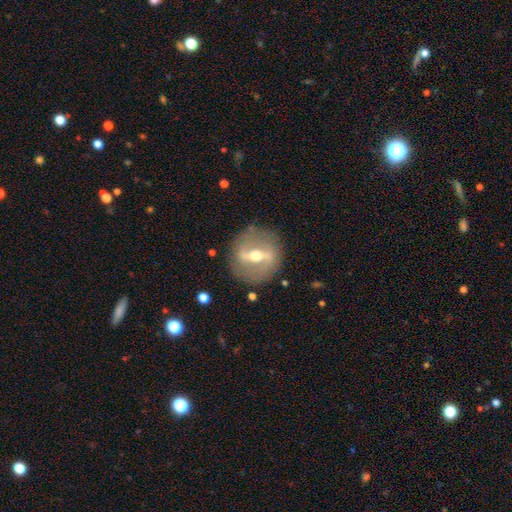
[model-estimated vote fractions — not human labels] Smooth or featured: featured or disk — 79% (smooth — 15%)
Edge-on disk: no — 80% (yes — 20%)
Bar: strong — 71% (weak — 22%)
Spiral arms: no — 58% (yes — 42%)
Bulge size: moderate — 70% (small — 23%)
Merging: none — 84% (minor disturbance — 10%)